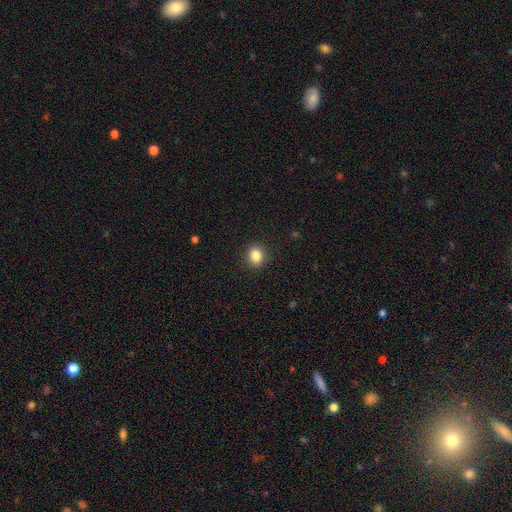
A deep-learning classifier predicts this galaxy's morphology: smooth_or_featured: smooth (p=0.85) [alt: star or artifact p=0.10]
how_rounded: round (p=0.59) [alt: in between p=0.40]
merging: none (p=0.90) [alt: minor disturbance p=0.07]